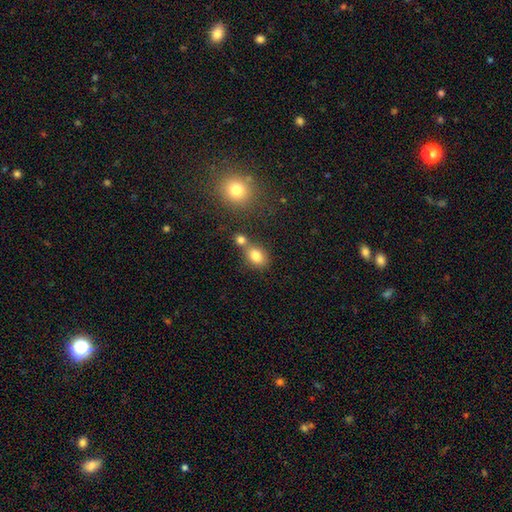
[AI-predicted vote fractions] smooth 81%, star or artifact 11%, featured or disk 8%. Down the decision tree: how rounded — in between (60%); merging — none (53%).